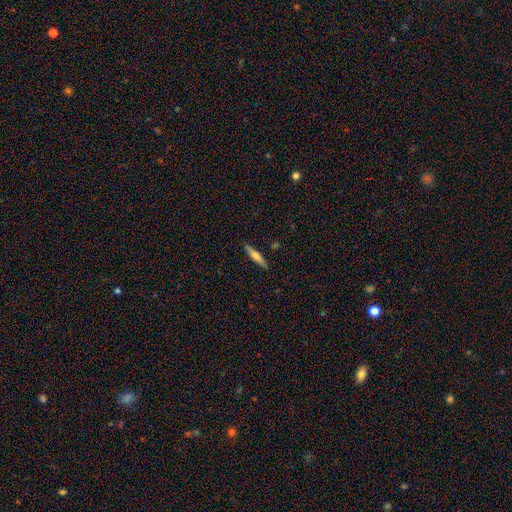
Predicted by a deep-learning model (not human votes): A smooth galaxy with no disk features (51%) that is cigar-shaped (84%).

Vote fractions:
- Smooth or featured? smooth: 51% / featured or disk: 43% / star or artifact: 6%
- How rounded? cigar-shaped: 84% / in between: 14% / round: 2%
- Merging? none: 89% / minor disturbance: 8% / major disturbance: 2% / merger: 1%